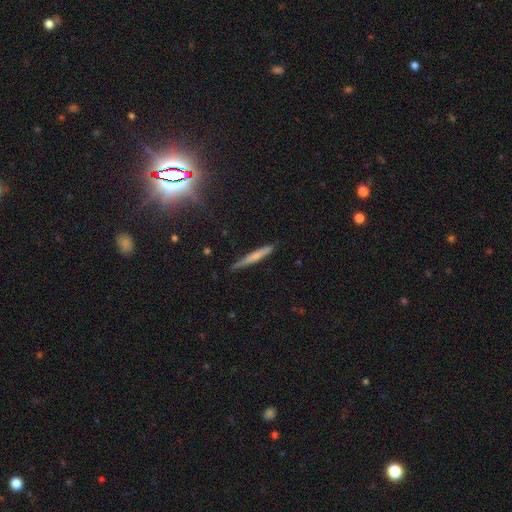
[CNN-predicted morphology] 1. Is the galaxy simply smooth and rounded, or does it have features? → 54% smooth, 38% featured or disk, 8% star or artifact.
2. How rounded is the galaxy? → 95% cigar-shaped, 3% in between, 2% round.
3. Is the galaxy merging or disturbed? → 83% none, 13% minor disturbance, 2% major disturbance, 2% merger.